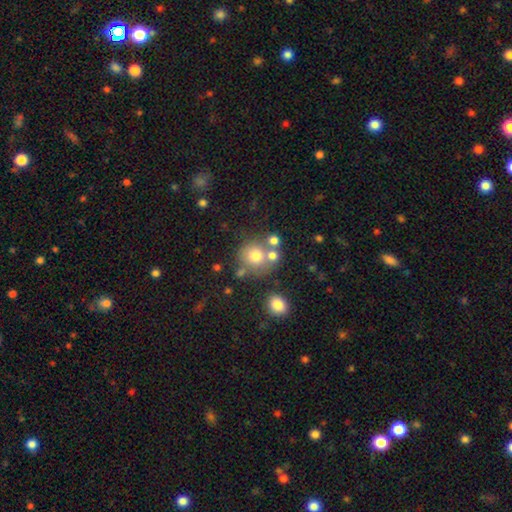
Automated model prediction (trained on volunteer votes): This is likely a smooth galaxy (70%). How rounded: clearly round (87%). Merging: possibly none (57%).